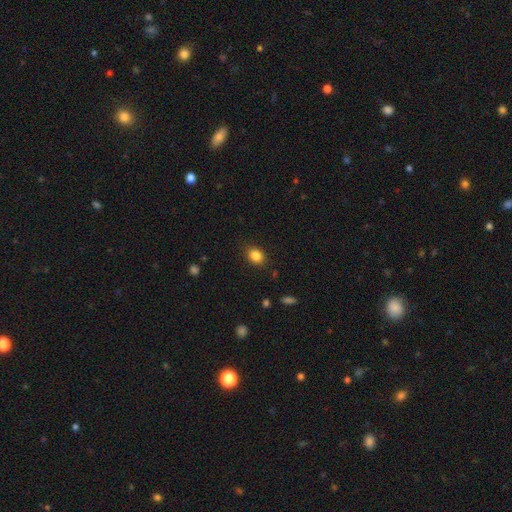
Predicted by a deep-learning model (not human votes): Smooth or featured? Predicted: smooth (p=0.85). How rounded? Predicted: in between (p=0.51). Merging? Predicted: none (p=0.85).